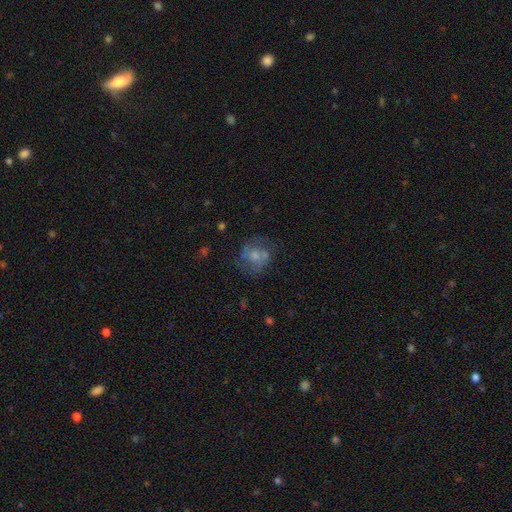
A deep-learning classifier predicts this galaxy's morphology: This is possibly a featured or disk galaxy (48%). Merging: possibly none (50%).